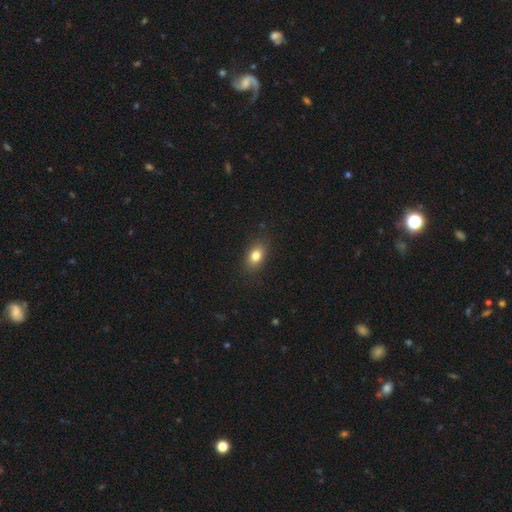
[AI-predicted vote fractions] Morphology: type=smooth (81%); roundness=in between (79%); merging=none (85%).